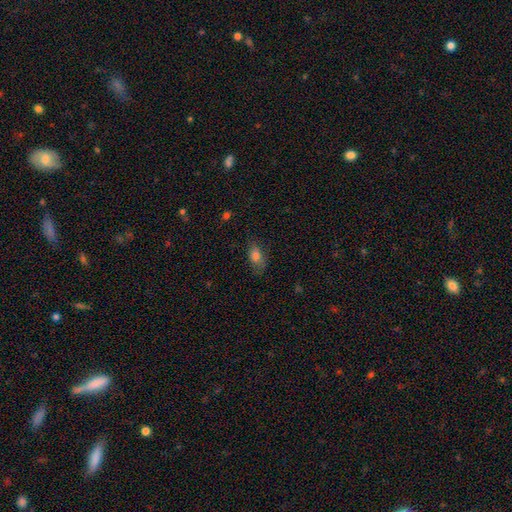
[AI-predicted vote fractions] Smooth or featured? Predicted: smooth (p=0.78). How rounded? Predicted: in between (p=0.83). Merging? Predicted: none (p=0.66).